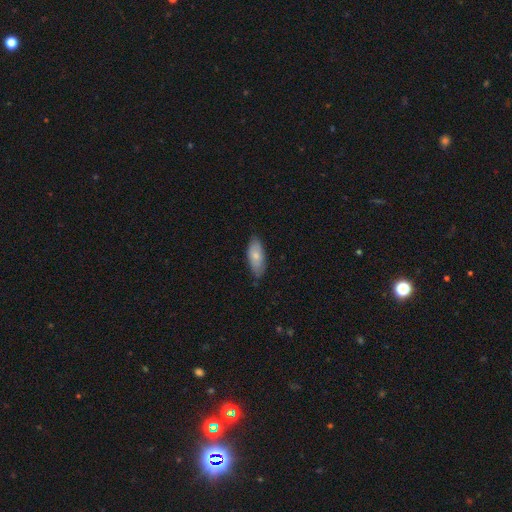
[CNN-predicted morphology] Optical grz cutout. It shows a smooth galaxy with no disk features (71%) that is in between round and cigar-shaped (83%). Merging: none (72%).